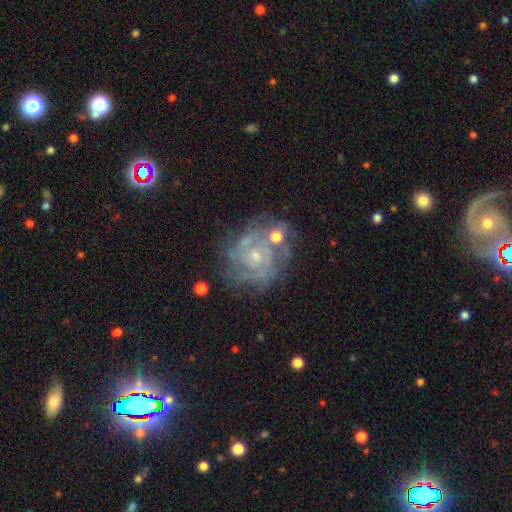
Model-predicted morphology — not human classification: Smooth or featured? featured or disk (85%)
Edge-on disk? no (98%)
Bar? no (73%)
Spiral arms? yes (95%)
Spiral winding? tight (69%)
Spiral arm count? can't tell (29%)
Bulge size? small (70%)
Merging? none (64%)